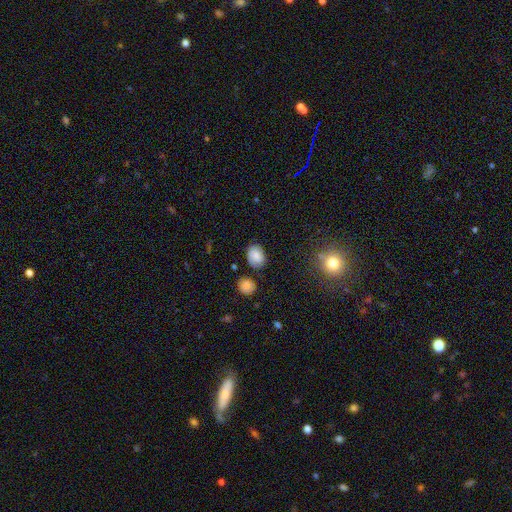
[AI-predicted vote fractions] smooth_or_featured: smooth (p=0.70) [alt: featured or disk p=0.19]
how_rounded: in between (p=0.71) [alt: round p=0.28]
merging: none (p=0.70) [alt: minor disturbance p=0.20]